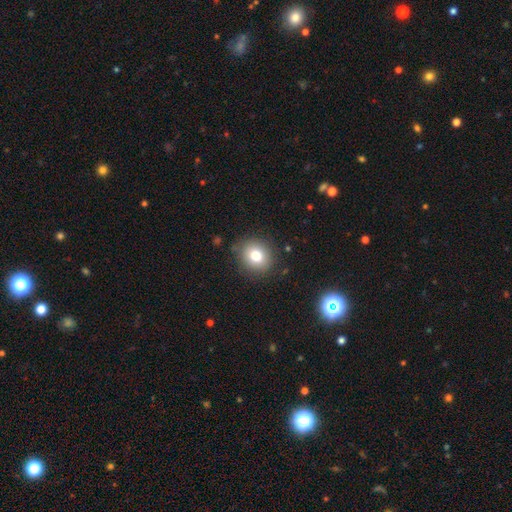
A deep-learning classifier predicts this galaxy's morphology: type=smooth (79%); roundness=round (75%); merging=none (85%).